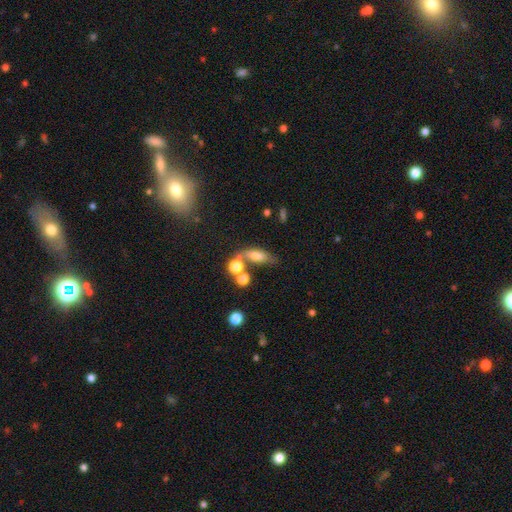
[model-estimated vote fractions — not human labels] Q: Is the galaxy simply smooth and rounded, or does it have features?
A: smooth — 65%.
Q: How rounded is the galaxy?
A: in between — 67%.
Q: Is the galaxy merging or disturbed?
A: none — 39%.